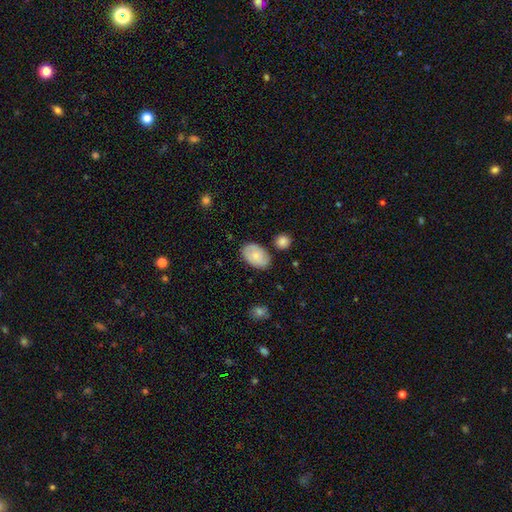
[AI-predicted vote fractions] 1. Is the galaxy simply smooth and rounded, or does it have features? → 73% smooth, 20% featured or disk, 7% star or artifact.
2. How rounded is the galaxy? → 91% in between, 8% round, 1% cigar-shaped.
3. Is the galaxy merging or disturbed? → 77% none, 16% minor disturbance, 4% merger, 3% major disturbance.